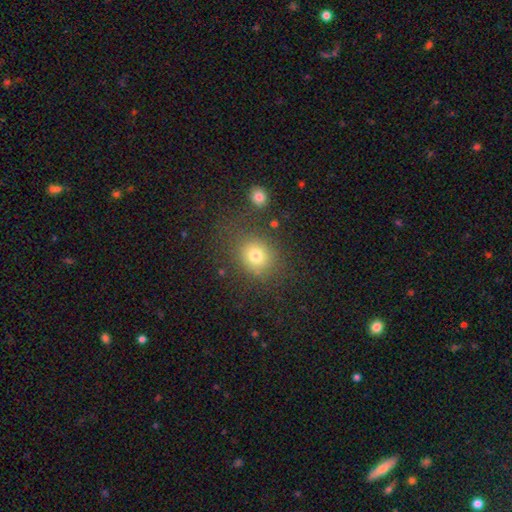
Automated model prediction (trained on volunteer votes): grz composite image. It shows a smooth galaxy with no disk features (75%) that is round (68%). Merging: none (74%).